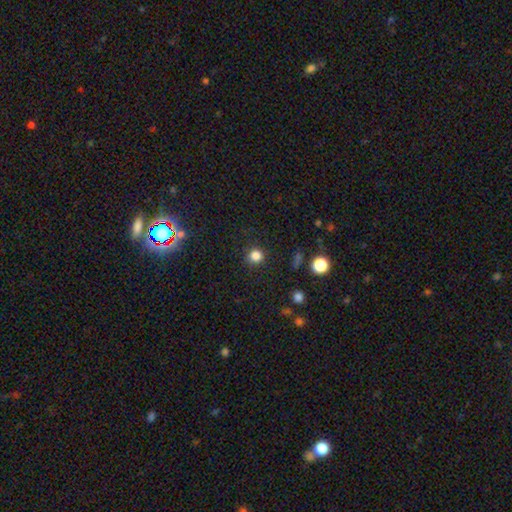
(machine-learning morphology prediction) Smooth or featured: smooth — 82% (star or artifact — 14%)
How rounded: round — 91% (in between — 8%)
Merging: none — 88% (minor disturbance — 8%)